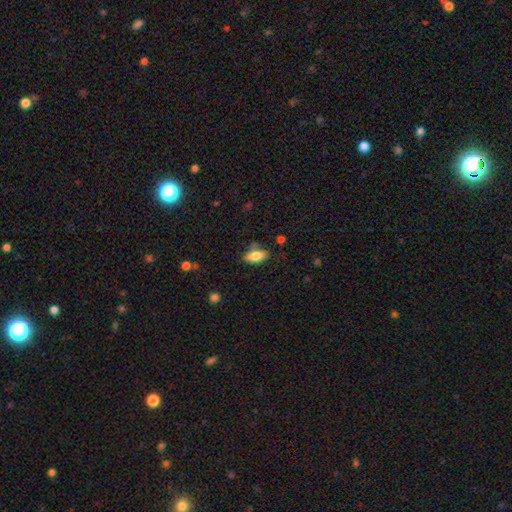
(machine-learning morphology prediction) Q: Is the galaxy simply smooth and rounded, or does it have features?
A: smooth — 79%.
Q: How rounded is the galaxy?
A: in between — 84%.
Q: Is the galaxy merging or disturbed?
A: none — 71%.